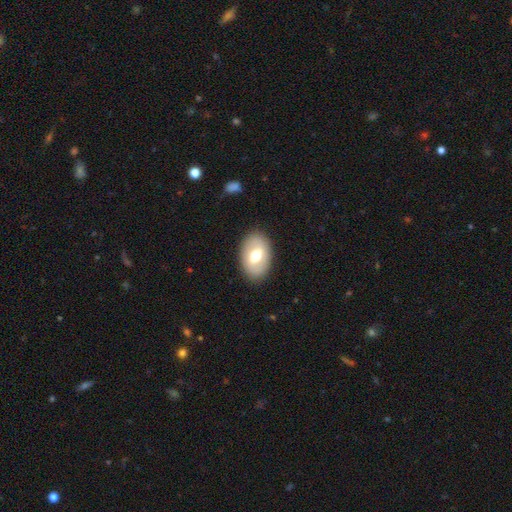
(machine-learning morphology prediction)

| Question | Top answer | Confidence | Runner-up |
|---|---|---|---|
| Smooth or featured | smooth | 60% | featured or disk (34%) |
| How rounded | in between | 88% | round (11%) |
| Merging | none | 87% | minor disturbance (9%) |